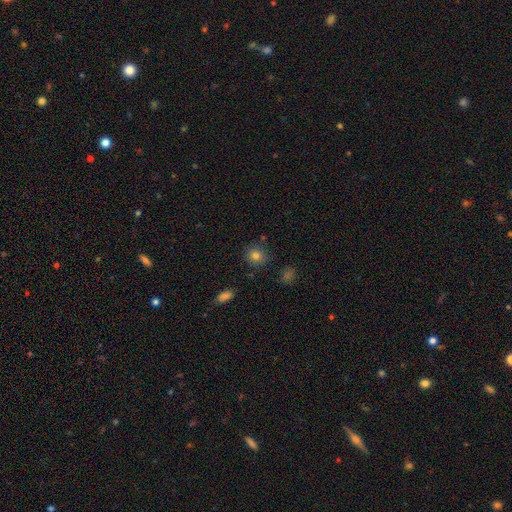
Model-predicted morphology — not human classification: Smooth or featured?
  - smooth: 80% *
  - star or artifact: 12%
  - featured or disk: 8%
How rounded?
  - round: 87% *
  - in between: 12%
  - cigar-shaped: 1%
Merging?
  - none: 84% *
  - minor disturbance: 10%
  - merger: 3%
  - major disturbance: 3%